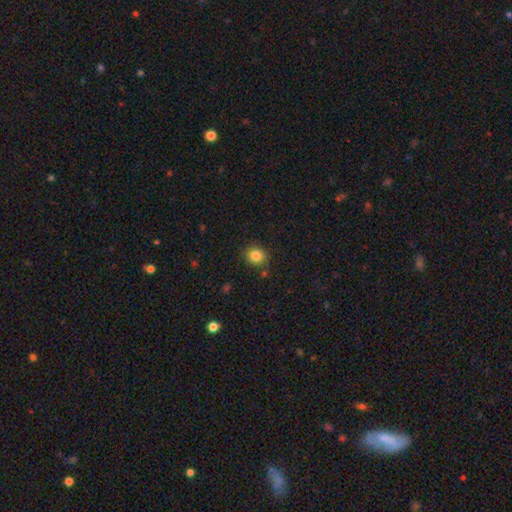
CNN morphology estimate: smooth-or-featured: smooth: 84% | star or artifact: 11% | featured or disk: 6%
  how-rounded: round: 78% | in between: 21% | cigar-shaped: 1%
  merging: none: 83% | minor disturbance: 11% | merger: 3% | major disturbance: 3%